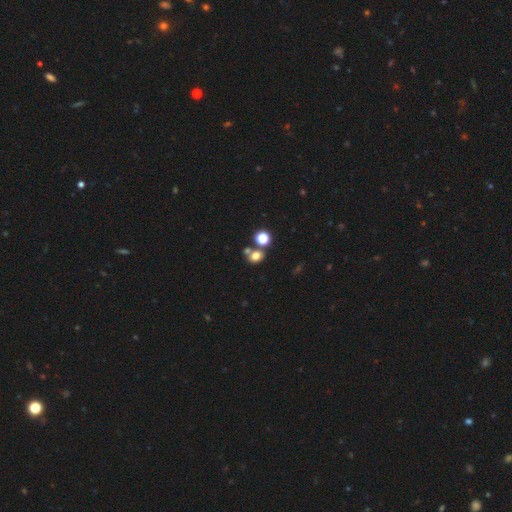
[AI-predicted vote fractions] Overall: smooth (72%). How rounded: round (57%; in between 41%). Merging: none (56%; merger 29%).